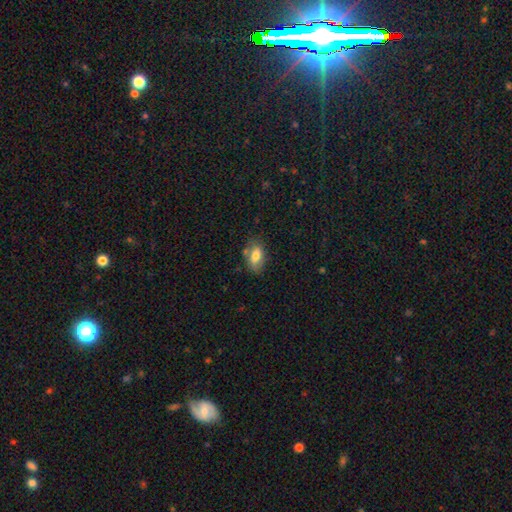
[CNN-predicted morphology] Smooth or featured? smooth (77%)
How rounded? in between (90%)
Merging? none (67%)